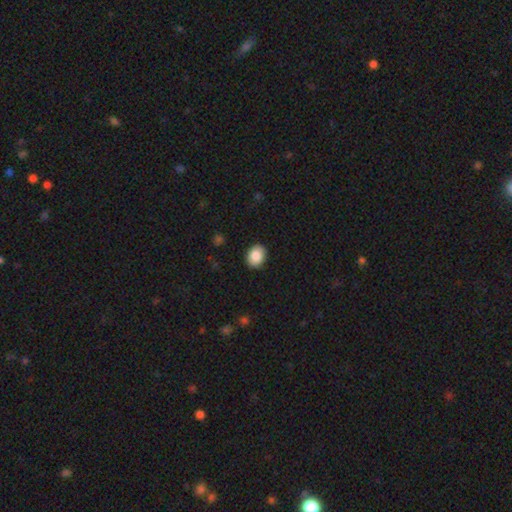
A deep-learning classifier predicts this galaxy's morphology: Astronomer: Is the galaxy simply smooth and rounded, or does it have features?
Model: smooth — 85%.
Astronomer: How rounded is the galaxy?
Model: in between — 50% (runner-up: round, 49%).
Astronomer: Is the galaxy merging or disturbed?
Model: none — 90%.